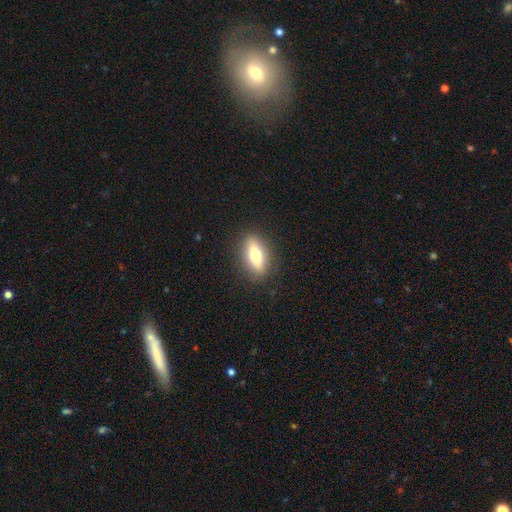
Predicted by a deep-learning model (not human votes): smooth 57%, featured or disk 35%, star or artifact 8%. Down the decision tree: how rounded — in between (69%); merging — none (87%).